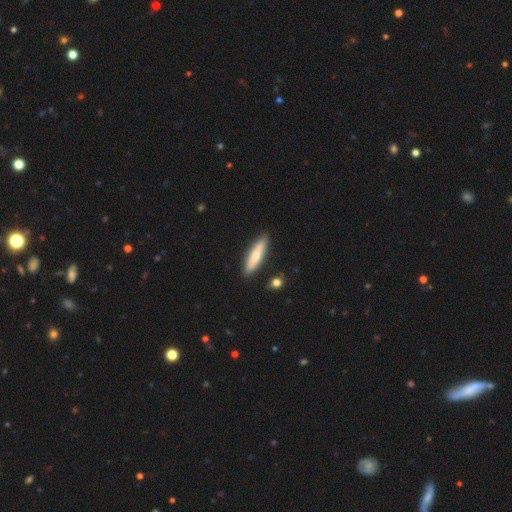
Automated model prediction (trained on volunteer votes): A smooth galaxy with no disk features (68%) that is cigar-shaped (76%). Merging: none (87%).